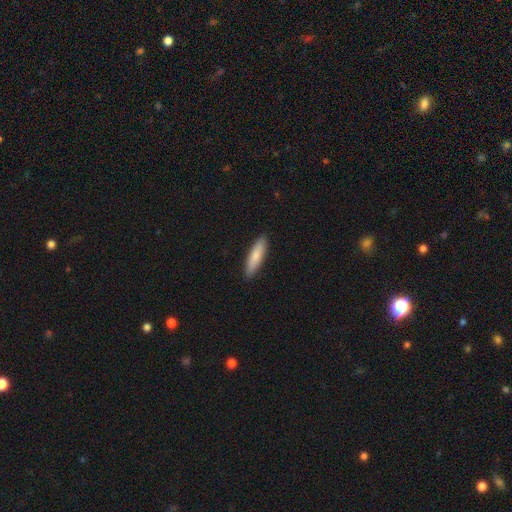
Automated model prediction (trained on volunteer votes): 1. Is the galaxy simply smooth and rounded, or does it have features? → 80% smooth, 15% featured or disk, 5% star or artifact.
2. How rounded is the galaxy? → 75% cigar-shaped, 23% in between, 1% round.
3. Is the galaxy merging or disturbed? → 90% none, 8% minor disturbance, 1% major disturbance, 1% merger.